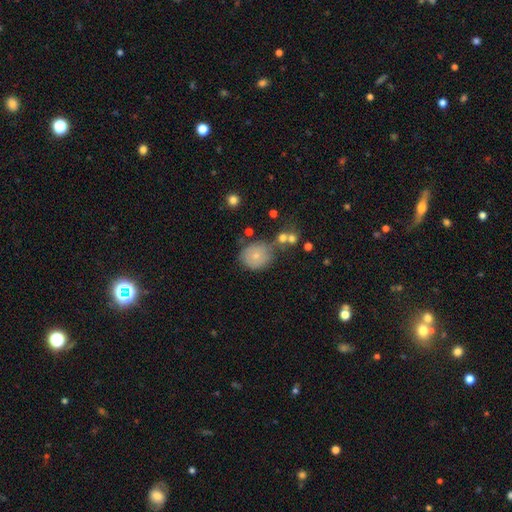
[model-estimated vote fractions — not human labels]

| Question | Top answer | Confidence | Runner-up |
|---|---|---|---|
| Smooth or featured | smooth | 71% | featured or disk (19%) |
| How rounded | round | 77% | in between (22%) |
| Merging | none | 60% | minor disturbance (21%) |